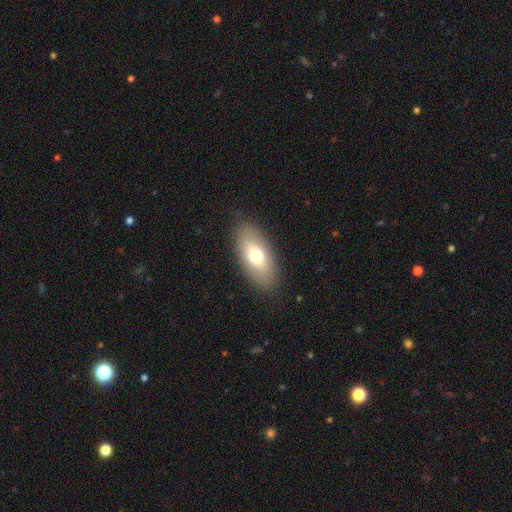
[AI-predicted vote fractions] Morphology: type=smooth (70%); roundness=in between (90%); merging=none (86%).